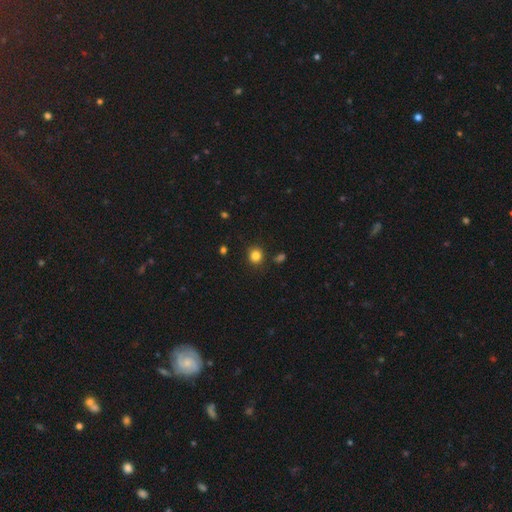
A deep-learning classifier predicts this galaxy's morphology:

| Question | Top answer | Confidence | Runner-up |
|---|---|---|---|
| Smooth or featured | smooth | 83% | star or artifact (13%) |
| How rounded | round | 86% | in between (13%) |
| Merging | none | 87% | minor disturbance (8%) |